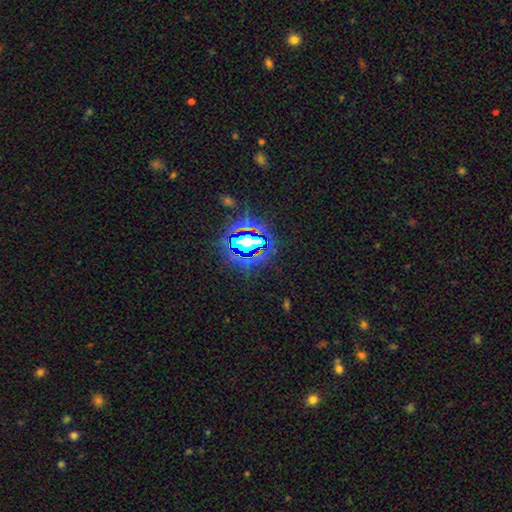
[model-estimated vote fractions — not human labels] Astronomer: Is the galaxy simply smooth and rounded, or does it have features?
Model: star or artifact — 83%.